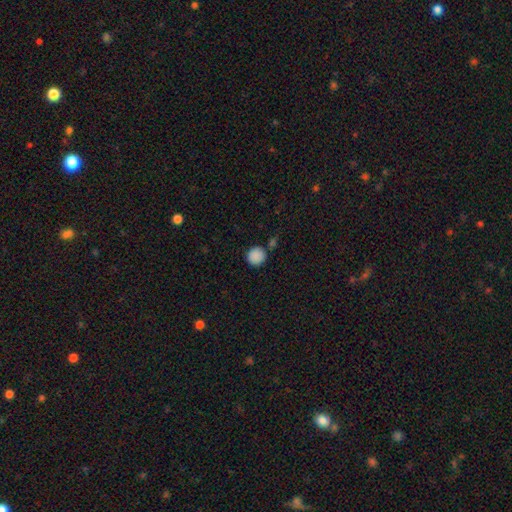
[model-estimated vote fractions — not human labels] Smooth or featured? smooth (88%)
How rounded? round (92%)
Merging? none (78%)